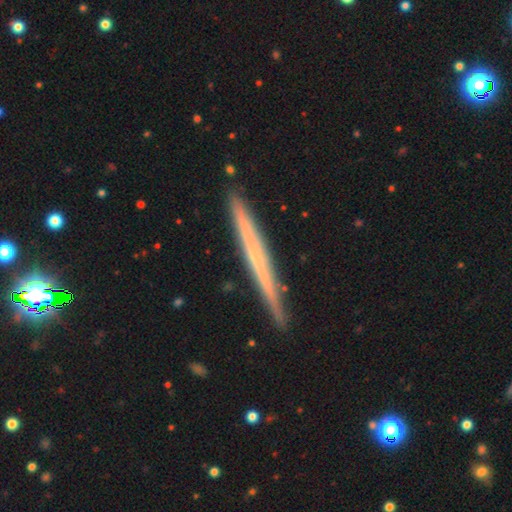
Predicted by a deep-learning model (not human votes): A featured or disk galaxy (61%) viewed edge-on (97%) with no central bulge (81%).

Vote fractions:
- Smooth or featured? featured or disk: 61% / smooth: 33% / star or artifact: 6%
- Edge-on disk? yes: 97% / no: 3%
- Edge-on bulge? none: 81% / rounded: 15% / boxy: 4%
- Merging? none: 91% / minor disturbance: 7% / merger: 1% / major disturbance: 1%